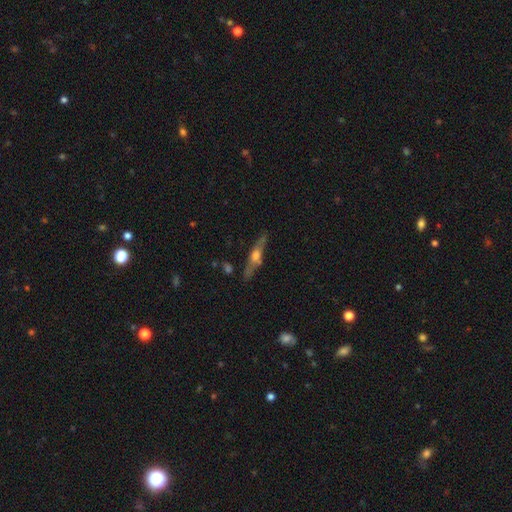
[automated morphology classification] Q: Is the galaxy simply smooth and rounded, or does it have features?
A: featured or disk — 68%.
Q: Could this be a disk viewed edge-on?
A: yes — 92%.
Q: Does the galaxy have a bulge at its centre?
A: rounded — 90%.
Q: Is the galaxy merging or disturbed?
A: none — 79%.